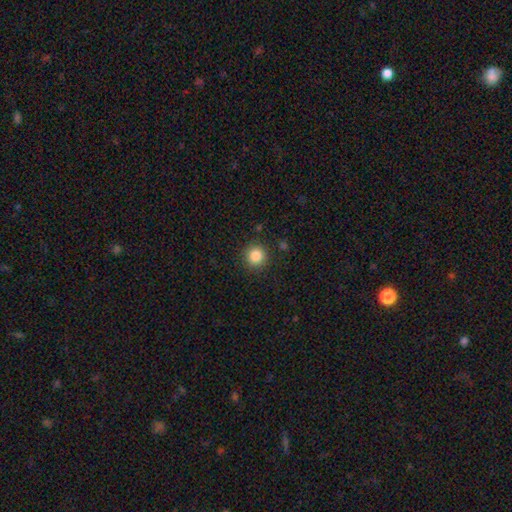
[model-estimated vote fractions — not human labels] A smooth galaxy with no disk features (86%) that is round (94%).

Vote fractions:
- Smooth or featured? smooth: 86% / star or artifact: 10% / featured or disk: 4%
- How rounded? round: 94% / in between: 6% / cigar-shaped: 1%
- Merging? none: 89% / minor disturbance: 7% / major disturbance: 2% / merger: 2%